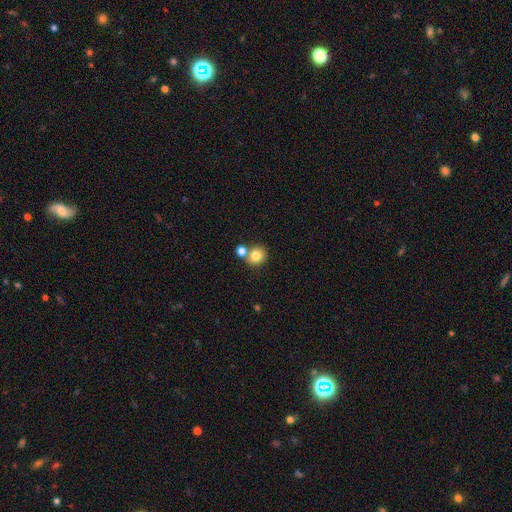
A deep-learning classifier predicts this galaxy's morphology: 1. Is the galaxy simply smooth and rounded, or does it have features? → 81% smooth, 11% star or artifact, 9% featured or disk.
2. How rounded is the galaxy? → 81% round, 18% in between, 1% cigar-shaped.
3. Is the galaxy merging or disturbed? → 59% none, 30% merger, 8% minor disturbance, 3% major disturbance.